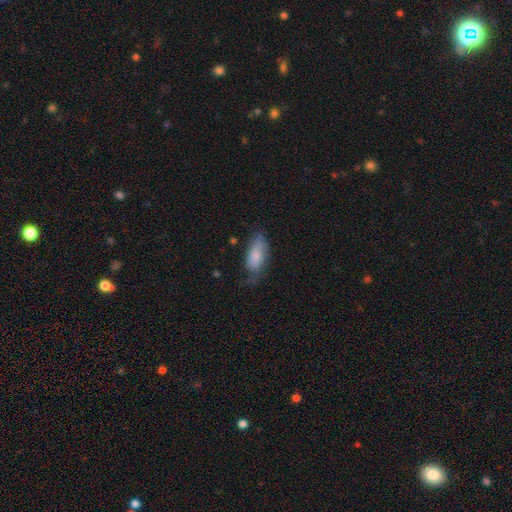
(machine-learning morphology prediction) smooth_or_featured: smooth (p=0.76) [alt: featured or disk p=0.18]
how_rounded: in between (p=0.86) [alt: cigar-shaped p=0.12]
merging: none (p=0.48) [alt: minor disturbance p=0.34]